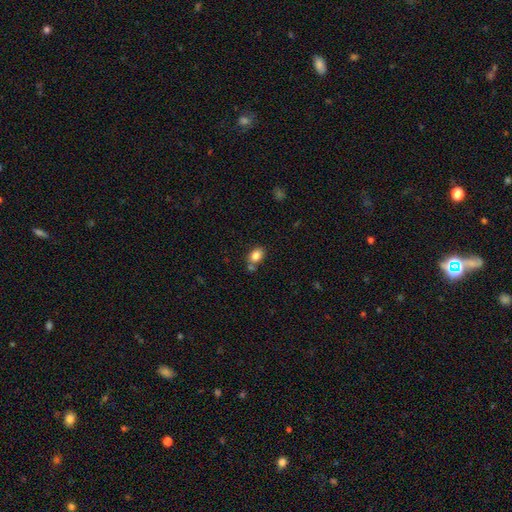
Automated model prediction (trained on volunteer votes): This appears to be a smooth galaxy with no disk features (84%) that is in between round and cigar-shaped (75%). Merging: none (62%).